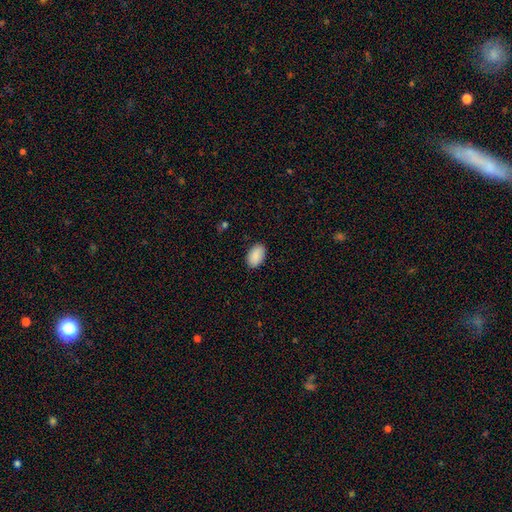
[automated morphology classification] Smooth or featured?
  - smooth: 90% *
  - star or artifact: 6%
  - featured or disk: 4%
How rounded?
  - in between: 92% *
  - round: 6%
  - cigar-shaped: 1%
Merging?
  - none: 88% *
  - minor disturbance: 9%
  - major disturbance: 2%
  - merger: 1%